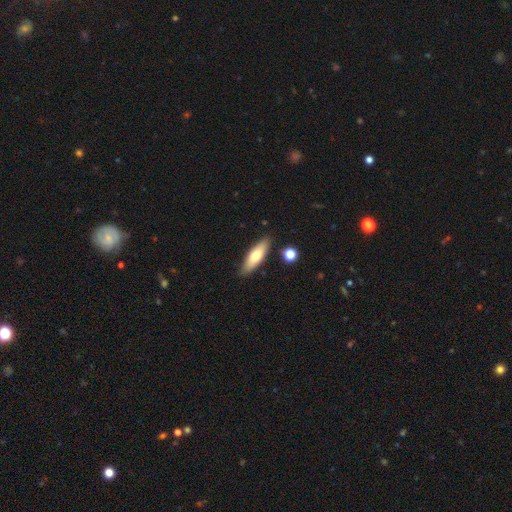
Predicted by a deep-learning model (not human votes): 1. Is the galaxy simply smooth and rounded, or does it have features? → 69% smooth, 24% featured or disk, 6% star or artifact.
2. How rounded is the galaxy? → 50% cigar-shaped, 48% in between, 2% round.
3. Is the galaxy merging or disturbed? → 85% none, 10% minor disturbance, 3% merger, 2% major disturbance.